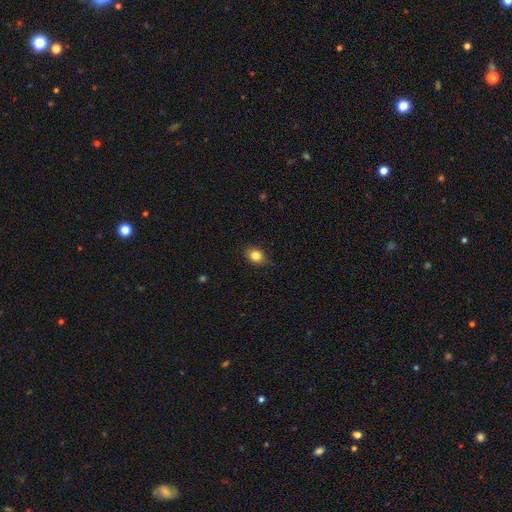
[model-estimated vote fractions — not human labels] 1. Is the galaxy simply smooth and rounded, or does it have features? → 82% smooth, 11% star or artifact, 7% featured or disk.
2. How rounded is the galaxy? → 59% round, 40% in between, 1% cigar-shaped.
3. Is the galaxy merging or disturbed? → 80% none, 16% minor disturbance, 3% major disturbance, 1% merger.